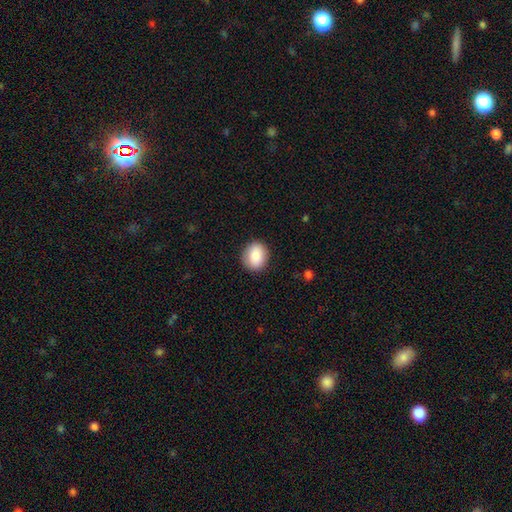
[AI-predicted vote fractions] Morphology: type=smooth (84%); roundness=round (65%); merging=none (88%).